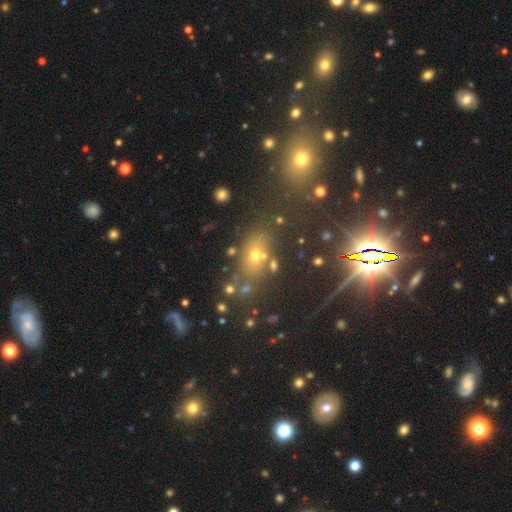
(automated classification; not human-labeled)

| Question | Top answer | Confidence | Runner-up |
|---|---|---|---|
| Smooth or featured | smooth | 52% | star or artifact (31%) |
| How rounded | in between | 68% | round (25%) |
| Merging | none | 67% | minor disturbance (14%) |